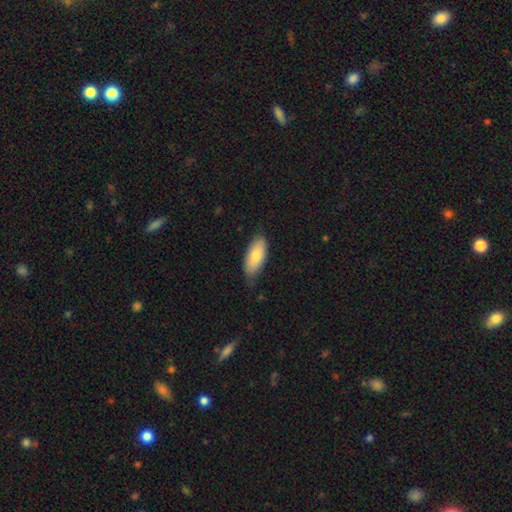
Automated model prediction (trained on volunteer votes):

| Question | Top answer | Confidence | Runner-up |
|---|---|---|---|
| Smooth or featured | smooth | 79% | featured or disk (15%) |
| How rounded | in between | 86% | cigar-shaped (12%) |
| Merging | none | 68% | minor disturbance (27%) |